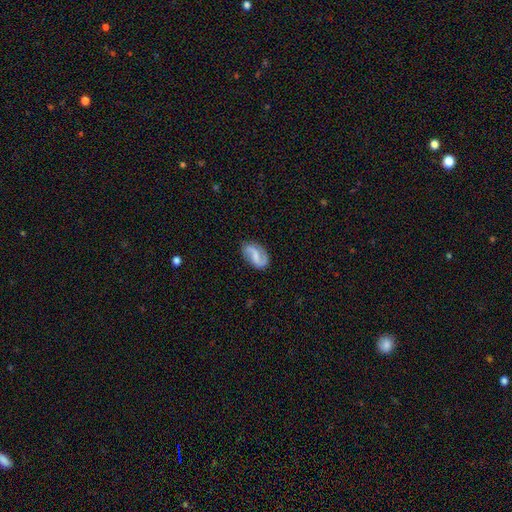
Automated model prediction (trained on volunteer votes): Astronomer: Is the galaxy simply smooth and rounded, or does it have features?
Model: featured or disk — 74%.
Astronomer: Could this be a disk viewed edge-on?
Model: no — 97%.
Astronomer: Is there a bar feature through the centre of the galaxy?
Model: weak — 48% (runner-up: no, 28%).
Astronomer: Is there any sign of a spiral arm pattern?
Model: yes — 94%.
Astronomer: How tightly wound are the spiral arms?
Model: loose — 54% (runner-up: medium, 35%).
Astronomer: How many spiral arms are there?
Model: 2 — 88%.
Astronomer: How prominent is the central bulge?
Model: none — 41% (runner-up: small, 34%).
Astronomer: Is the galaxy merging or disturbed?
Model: none — 77%.